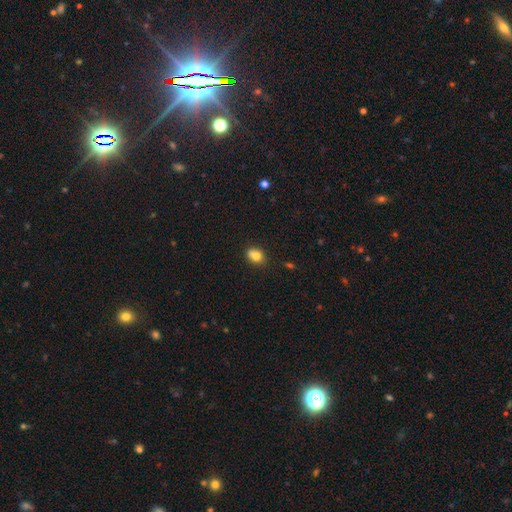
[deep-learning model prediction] smooth 78%, featured or disk 11%, star or artifact 10%. Down the decision tree: how rounded — in between (60%); merging — none (58%).